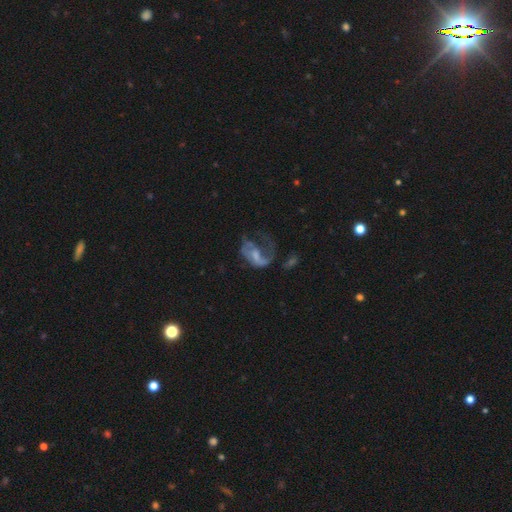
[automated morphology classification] type=featured or disk (65%); edge-on=no (97%); bar=no (57%); spiral arms=yes (62%); bulge=none (32%); merging=major disturbance (57%).